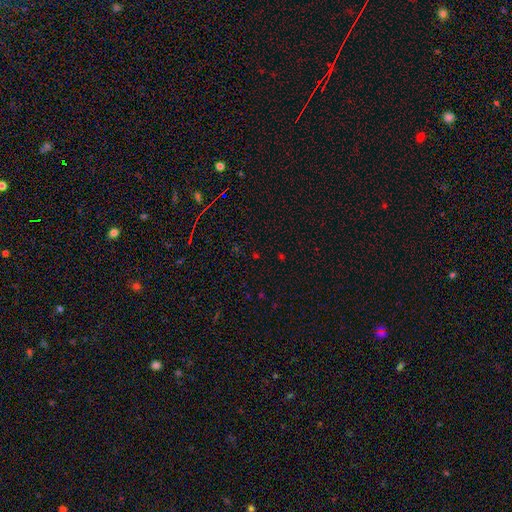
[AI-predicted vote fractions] Morphology: type=star or artifact (63%).